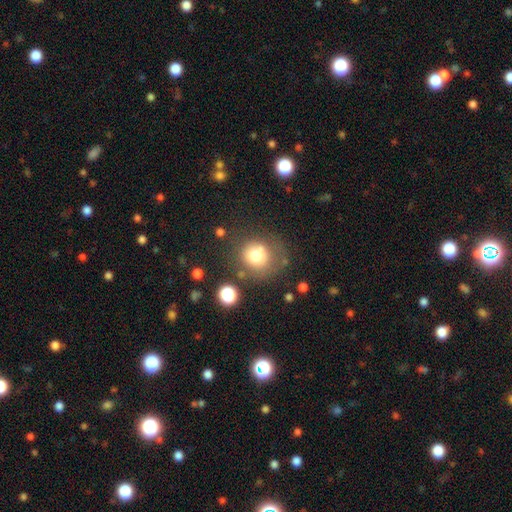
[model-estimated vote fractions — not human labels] This is likely a smooth galaxy (74%). How rounded: clearly round (83%). Merging: possibly none (57%).